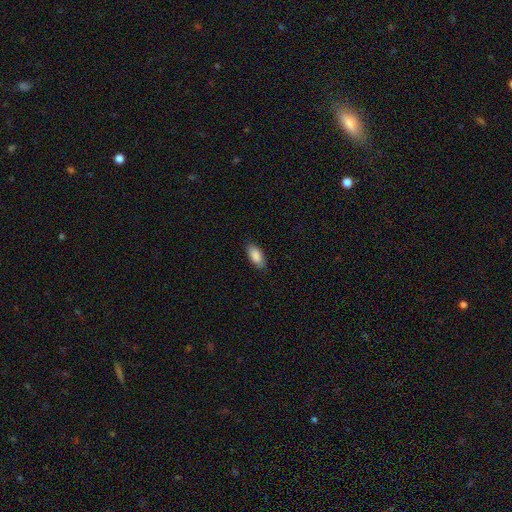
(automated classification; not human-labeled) Smooth or featured?
  - smooth: 88% *
  - star or artifact: 6%
  - featured or disk: 6%
How rounded?
  - in between: 89% *
  - cigar-shaped: 8%
  - round: 2%
Merging?
  - none: 86% *
  - minor disturbance: 11%
  - major disturbance: 2%
  - merger: 1%